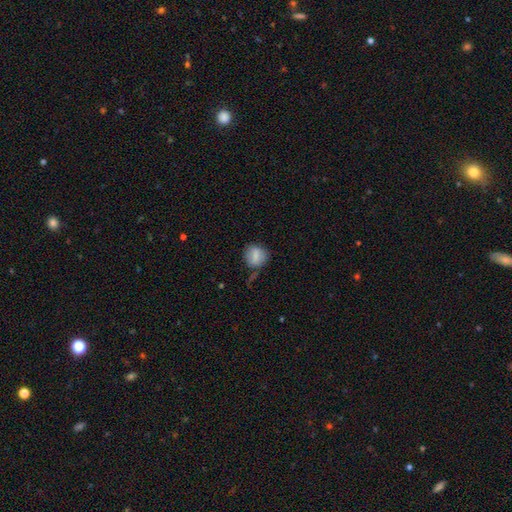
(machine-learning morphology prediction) Smooth or featured? smooth (78%)
How rounded? round (72%)
Merging? none (67%)